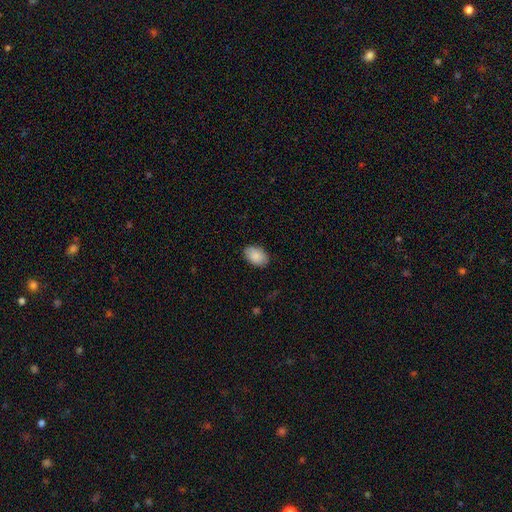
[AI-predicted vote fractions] Q: Smooth or featured?
A: smooth (88%); runner-up: star or artifact (6%)
Q: How rounded?
A: in between (89%); runner-up: round (10%)
Q: Merging?
A: none (86%); runner-up: minor disturbance (11%)